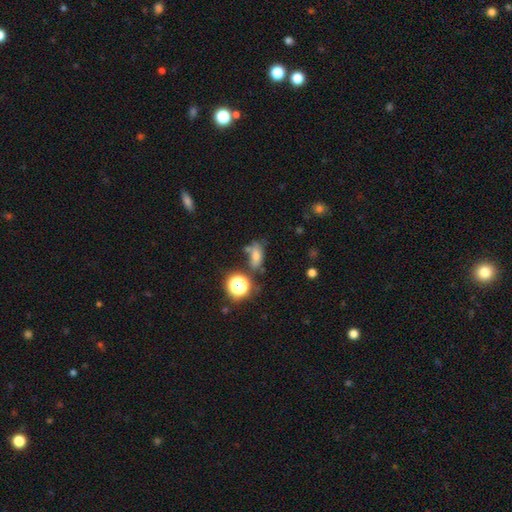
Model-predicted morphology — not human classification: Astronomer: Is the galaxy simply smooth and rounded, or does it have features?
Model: smooth — 53% (runner-up: star or artifact, 31%).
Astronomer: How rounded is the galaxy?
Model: in between — 71%.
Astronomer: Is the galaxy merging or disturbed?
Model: none — 56%.